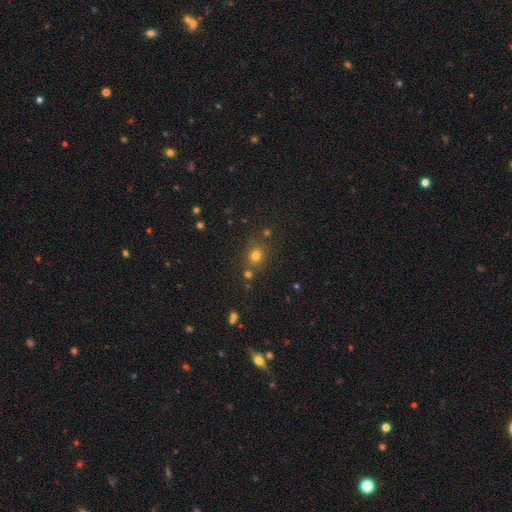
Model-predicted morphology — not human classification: Smooth or featured: smooth — 72% (star or artifact — 20%)
How rounded: round — 81% (in between — 18%)
Merging: none — 75% (merger — 11%)